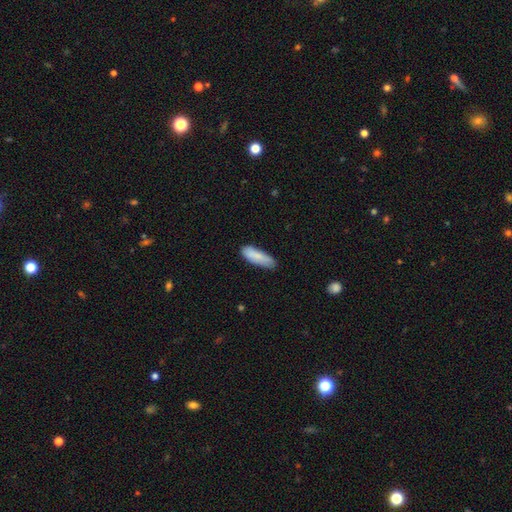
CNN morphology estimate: Smooth or featured?
  - smooth: 83% *
  - featured or disk: 11%
  - star or artifact: 6%
How rounded?
  - in between: 54% *
  - cigar-shaped: 45%
  - round: 2%
Merging?
  - none: 73% *
  - minor disturbance: 22%
  - major disturbance: 4%
  - merger: 2%